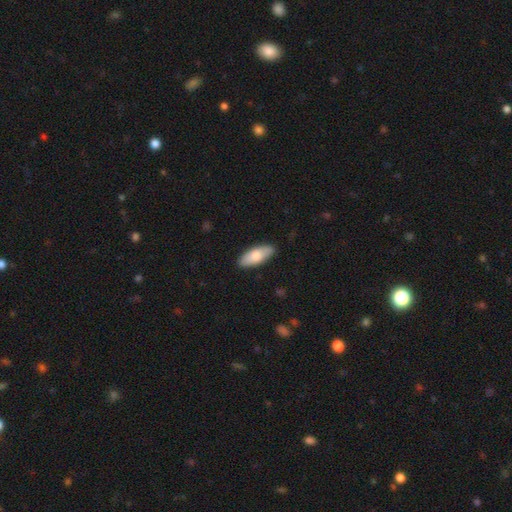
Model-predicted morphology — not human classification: smooth_or_featured: smooth (p=0.78) [alt: featured or disk p=0.17]
how_rounded: in between (p=0.81) [alt: cigar-shaped p=0.17]
merging: none (p=0.87) [alt: minor disturbance p=0.10]